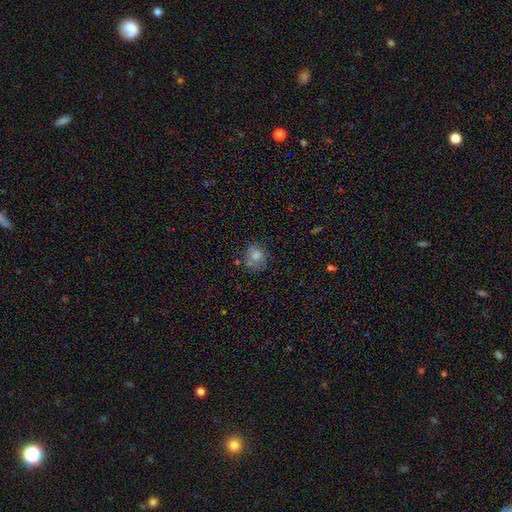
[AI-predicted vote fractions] A smooth galaxy with no disk features (67%) that is round (72%).

Vote fractions:
- Smooth or featured? smooth: 67% / featured or disk: 20% / star or artifact: 13%
- How rounded? round: 72% / in between: 27% / cigar-shaped: 1%
- Merging? none: 62% / minor disturbance: 23% / major disturbance: 12% / merger: 3%